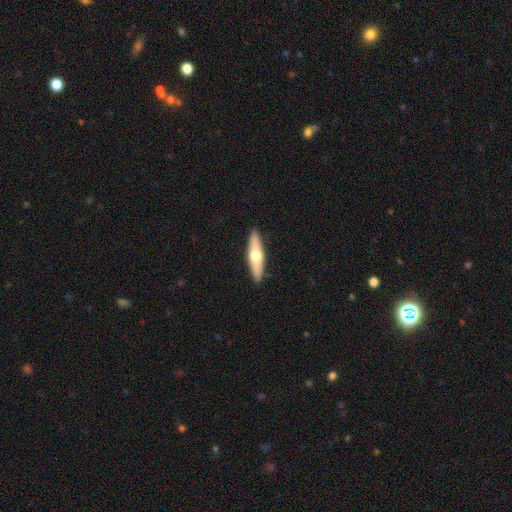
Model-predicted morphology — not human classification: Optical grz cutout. It shows a featured or disk galaxy (53%) viewed edge-on (91%). Merging: none (91%).